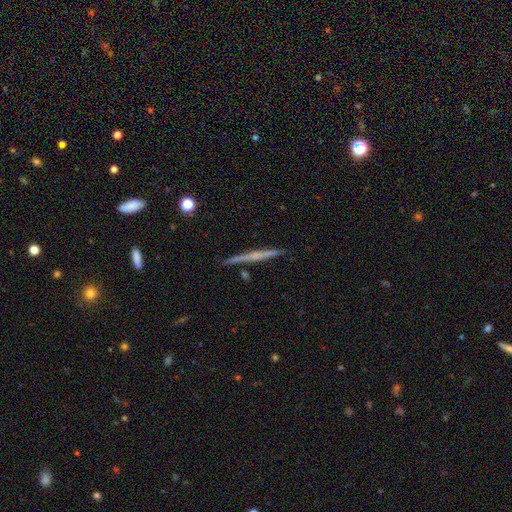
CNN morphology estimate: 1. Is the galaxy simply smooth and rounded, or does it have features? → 65% featured or disk, 29% smooth, 6% star or artifact.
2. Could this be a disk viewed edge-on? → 98% yes, 2% no.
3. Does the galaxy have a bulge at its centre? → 62% none, 29% rounded, 9% boxy.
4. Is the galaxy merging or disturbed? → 89% none, 7% minor disturbance, 2% merger, 2% major disturbance.